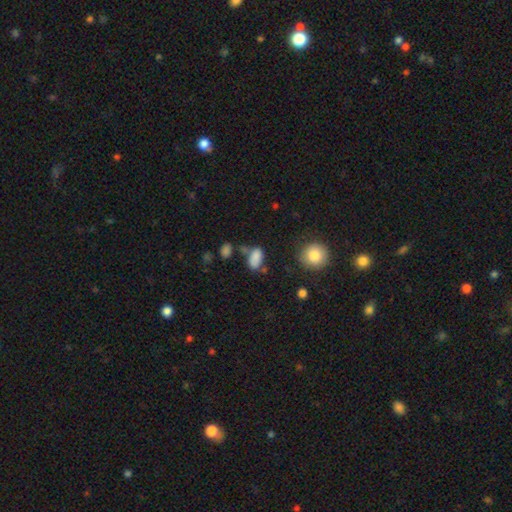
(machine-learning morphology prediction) smooth 83%, star or artifact 10%, featured or disk 7%. Down the decision tree: how rounded — in between (90%); merging — none (52%).